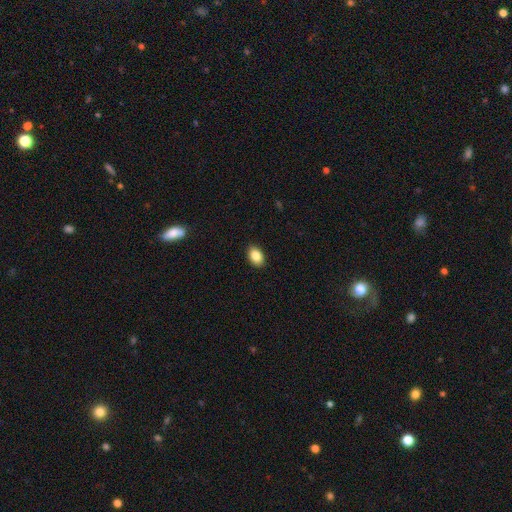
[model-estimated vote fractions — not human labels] smooth-or-featured: smooth: 87% | star or artifact: 8% | featured or disk: 5%
  how-rounded: in between: 86% | round: 13% | cigar-shaped: 1%
  merging: none: 90% | minor disturbance: 8% | major disturbance: 2% | merger: 1%